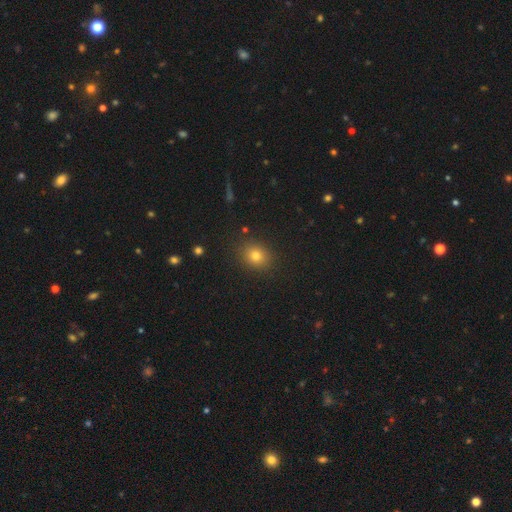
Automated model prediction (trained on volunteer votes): Smooth or featured: smooth — 78% (star or artifact — 14%)
How rounded: round — 58% (in between — 41%)
Merging: none — 88% (minor disturbance — 8%)